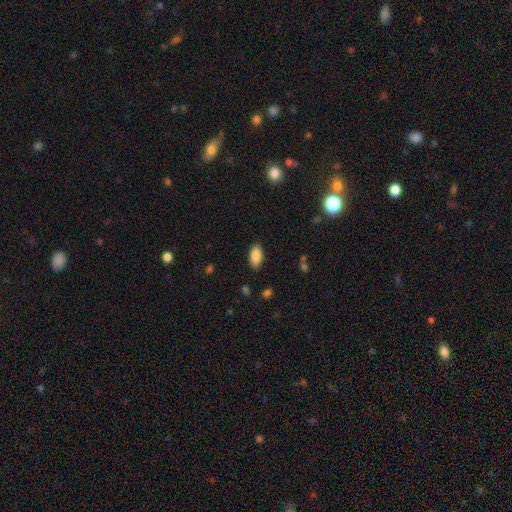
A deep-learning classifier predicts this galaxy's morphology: smooth_or_featured: smooth (p=0.88) [alt: star or artifact p=0.07]
how_rounded: in between (p=0.92) [alt: cigar-shaped p=0.05]
merging: none (p=0.87) [alt: minor disturbance p=0.09]